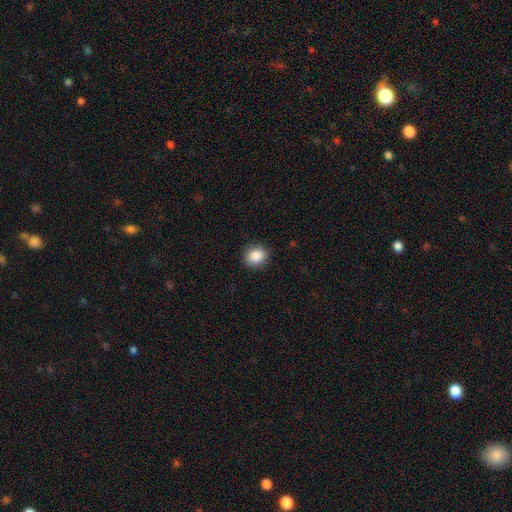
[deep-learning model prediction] smooth-or-featured: smooth: 87% | star or artifact: 9% | featured or disk: 4%
  how-rounded: round: 76% | in between: 23% | cigar-shaped: 1%
  merging: none: 88% | minor disturbance: 9% | major disturbance: 2% | merger: 1%